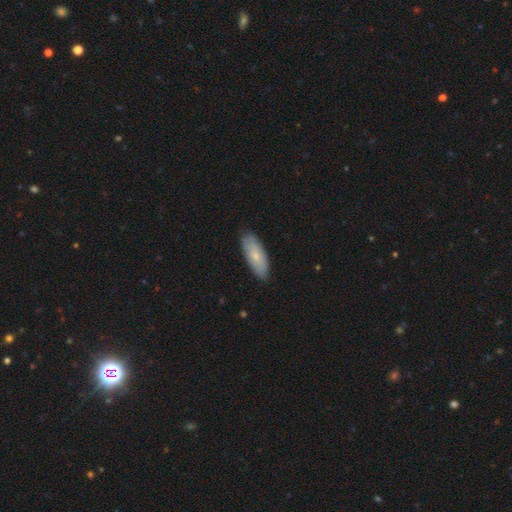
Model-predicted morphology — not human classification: The model was most divided on "smooth or featured": smooth: 72%, featured or disk: 23%, star or artifact: 6%. More confident: merging — none (84%); how rounded — in between (76%).